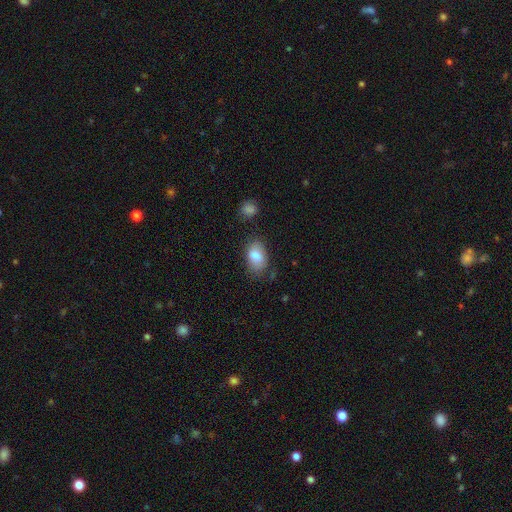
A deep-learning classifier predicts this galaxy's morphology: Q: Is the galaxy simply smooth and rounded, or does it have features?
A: smooth — 84%.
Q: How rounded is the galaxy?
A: in between — 89%.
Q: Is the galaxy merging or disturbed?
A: none — 65%.